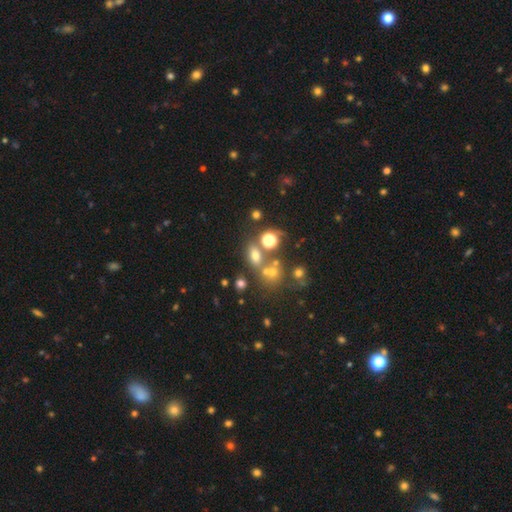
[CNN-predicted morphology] Smooth or featured? smooth (50%)
How rounded? round (51%)
Merging? none (53%)